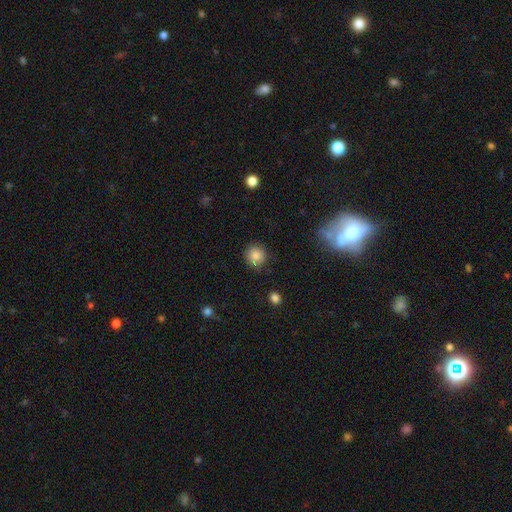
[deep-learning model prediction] smooth-or-featured: smooth: 84% | star or artifact: 10% | featured or disk: 6%
  how-rounded: round: 91% | in between: 8% | cigar-shaped: 1%
  merging: none: 83% | minor disturbance: 12% | major disturbance: 3% | merger: 2%